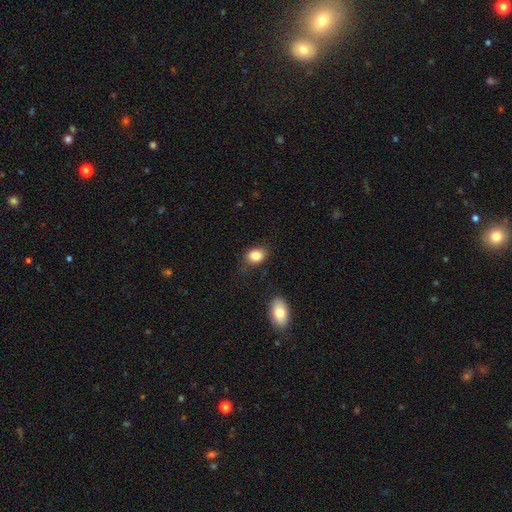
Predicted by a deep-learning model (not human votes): Q: Smooth or featured?
A: smooth (84%); runner-up: star or artifact (9%)
Q: How rounded?
A: in between (67%); runner-up: round (32%)
Q: Merging?
A: none (72%); runner-up: minor disturbance (20%)